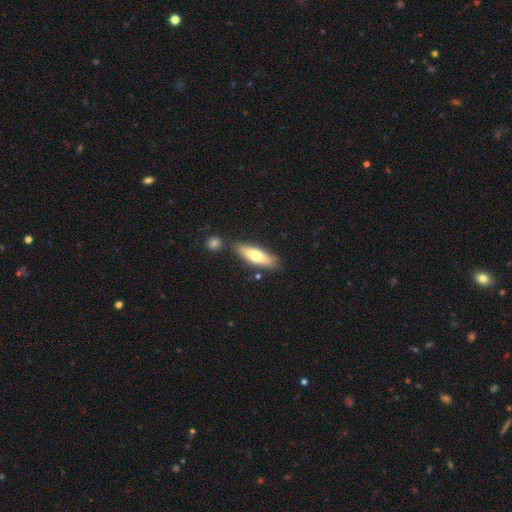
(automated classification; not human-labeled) Smooth or featured?
  - smooth: 66% *
  - featured or disk: 29%
  - star or artifact: 6%
How rounded?
  - cigar-shaped: 52% *
  - in between: 45%
  - round: 2%
Merging?
  - none: 78% *
  - minor disturbance: 12%
  - merger: 8%
  - major disturbance: 3%